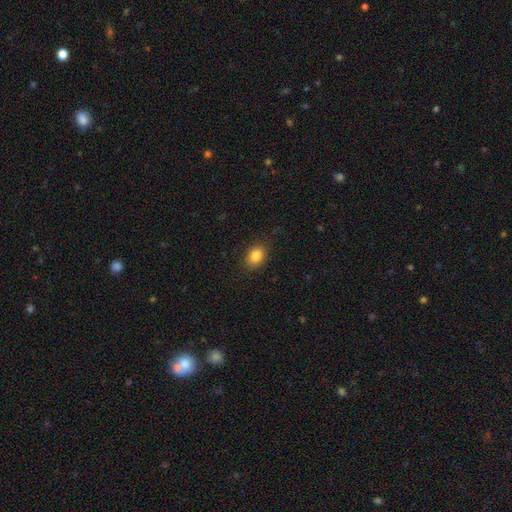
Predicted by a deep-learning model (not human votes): The model was most divided on "how rounded": in between: 61%, round: 38%, cigar-shaped: 1%. More confident: merging — none (87%); smooth or featured — smooth (84%).